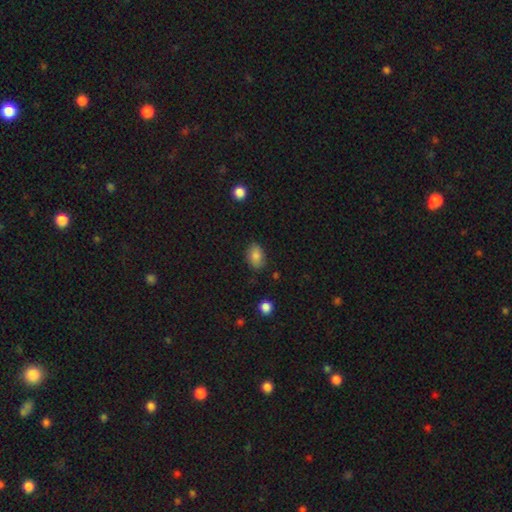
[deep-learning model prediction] smooth-or-featured: smooth: 83% | star or artifact: 9% | featured or disk: 8%
  how-rounded: in between: 83% | round: 15% | cigar-shaped: 1%
  merging: none: 79% | minor disturbance: 16% | major disturbance: 3% | merger: 2%